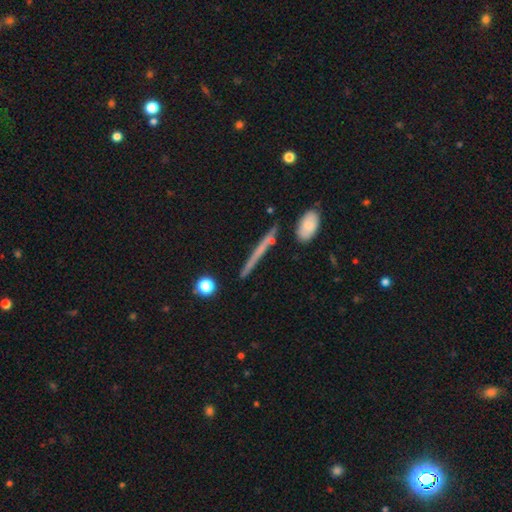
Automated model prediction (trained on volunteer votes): smooth-or-featured: featured or disk: 47% | smooth: 45% | star or artifact: 8%
  merging: none: 84% | minor disturbance: 10% | merger: 4% | major disturbance: 2%